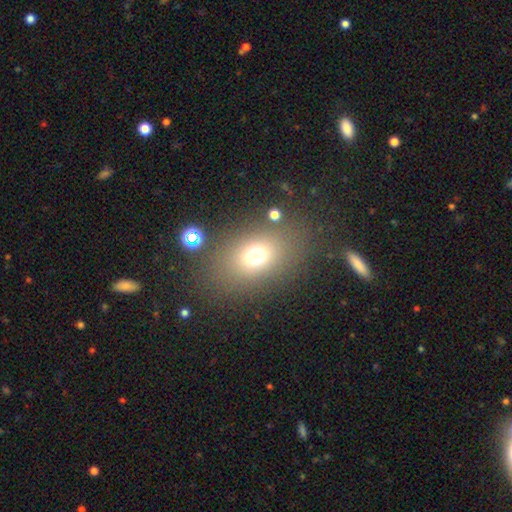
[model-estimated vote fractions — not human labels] Q: Smooth or featured?
A: smooth (70%); runner-up: star or artifact (18%)
Q: How rounded?
A: in between (64%); runner-up: round (35%)
Q: Merging?
A: none (77%); runner-up: minor disturbance (11%)